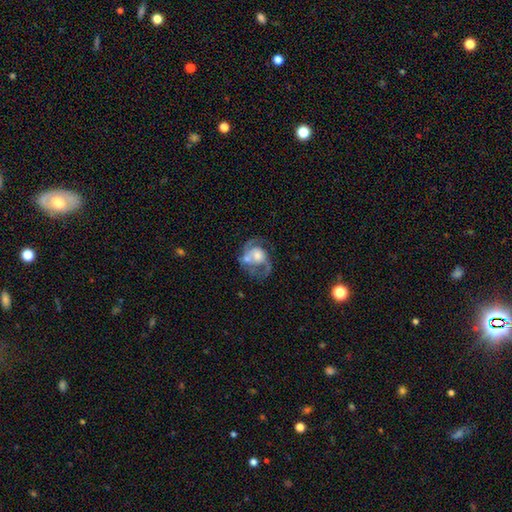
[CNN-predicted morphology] Overall: featured or disk (69%). Edge-on disk: no (97%). Bar: no (75%). Spiral arms: yes (76%). Spiral arm count: 2 (64%). Spiral winding: medium (46%; tight 28%). Bulge size: moderate (45%; large 24%). Merging: none (39%; major disturbance 25%).